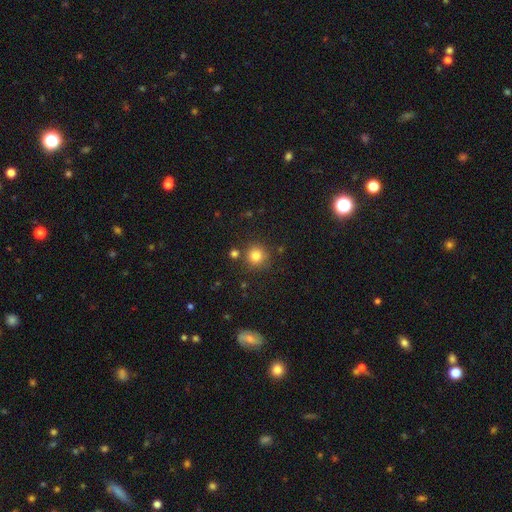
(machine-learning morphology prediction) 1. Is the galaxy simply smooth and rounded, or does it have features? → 81% smooth, 12% star or artifact, 6% featured or disk.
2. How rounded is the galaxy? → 93% round, 6% in between, 1% cigar-shaped.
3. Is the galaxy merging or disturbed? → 82% none, 9% minor disturbance, 7% merger, 3% major disturbance.